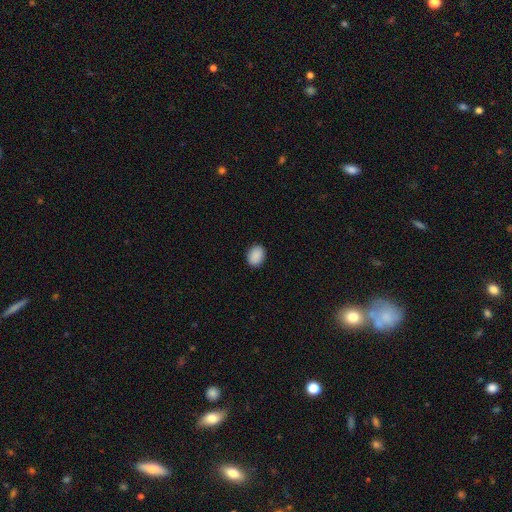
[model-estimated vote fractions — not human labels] Smooth or featured? Predicted: smooth (p=0.90). How rounded? Predicted: in between (p=0.61). Merging? Predicted: none (p=0.90).